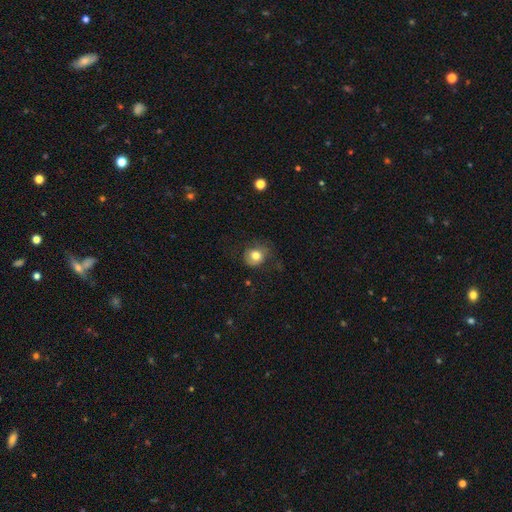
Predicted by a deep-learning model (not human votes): The model was most divided on "merging": none: 62%, minor disturbance: 24%, major disturbance: 13%, merger: 1%. More confident: smooth or featured — smooth (76%); how rounded — round (71%).